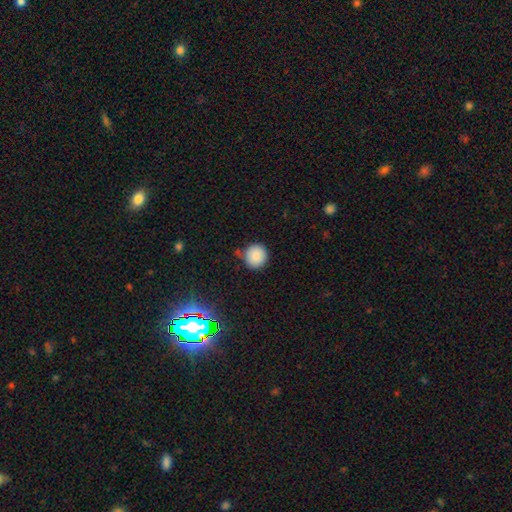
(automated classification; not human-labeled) smooth_or_featured: smooth (p=0.85) [alt: star or artifact p=0.10]
how_rounded: round (p=0.93) [alt: in between p=0.06]
merging: none (p=0.75) [alt: minor disturbance p=0.18]